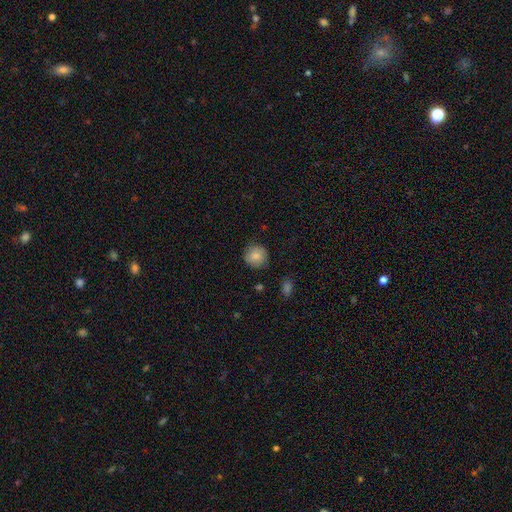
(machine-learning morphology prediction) smooth 81%, featured or disk 11%, star or artifact 8%. Down the decision tree: how rounded — round (91%); merging — none (85%).